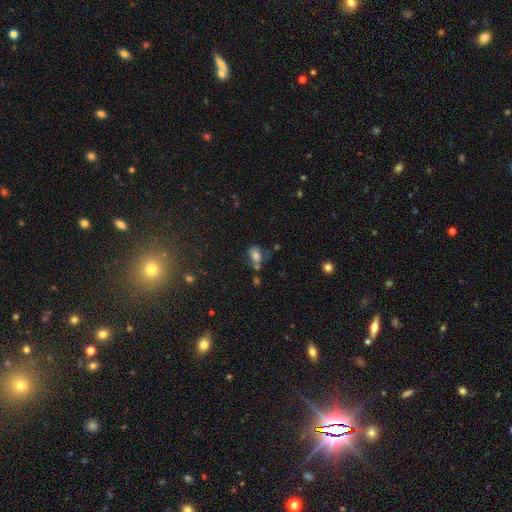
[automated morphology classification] The model was most divided on "merging": none: 45%, merger: 24%, minor disturbance: 20%, major disturbance: 10%. More confident: how rounded — in between (82%); smooth or featured — smooth (71%).